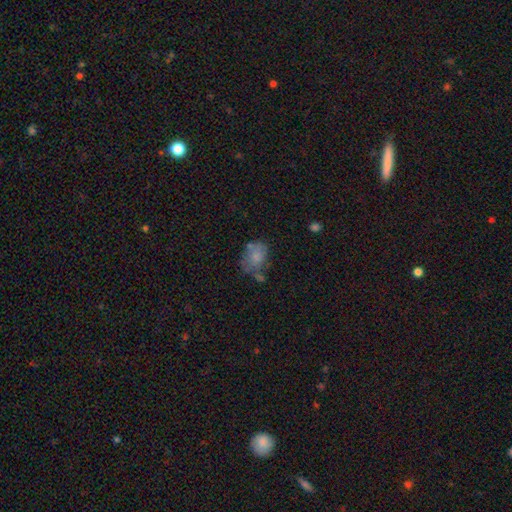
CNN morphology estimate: This appears to be a smooth galaxy with no disk features (74%) that is in between round and cigar-shaped (74%). Merging: none (42%).